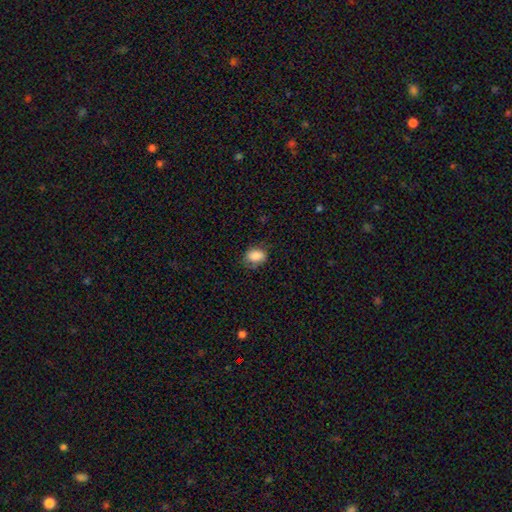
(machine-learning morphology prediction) Smooth or featured? smooth (86%)
How rounded? in between (76%)
Merging? none (68%)